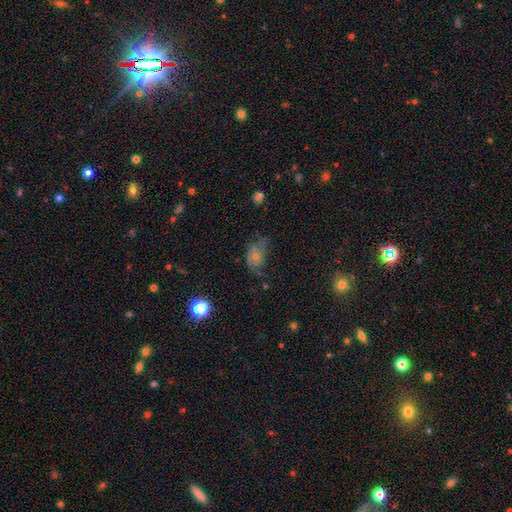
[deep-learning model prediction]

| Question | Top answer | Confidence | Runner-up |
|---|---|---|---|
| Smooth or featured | featured or disk | 52% | smooth (30%) |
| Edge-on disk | no | 95% | yes (5%) |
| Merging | none | 46% | minor disturbance (27%) |